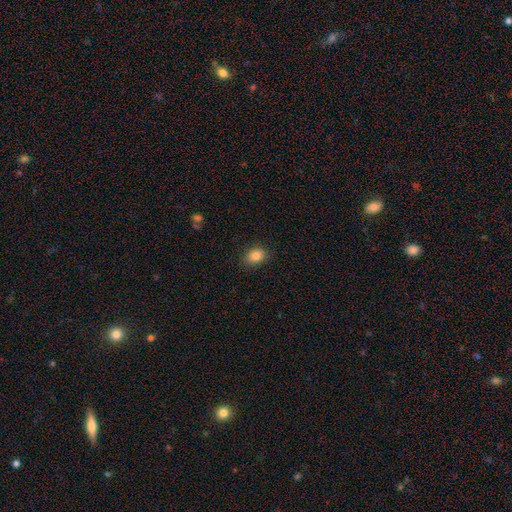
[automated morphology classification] Smooth or featured? Predicted: smooth (p=0.84). How rounded? Predicted: in between (p=0.62). Merging? Predicted: none (p=0.85).